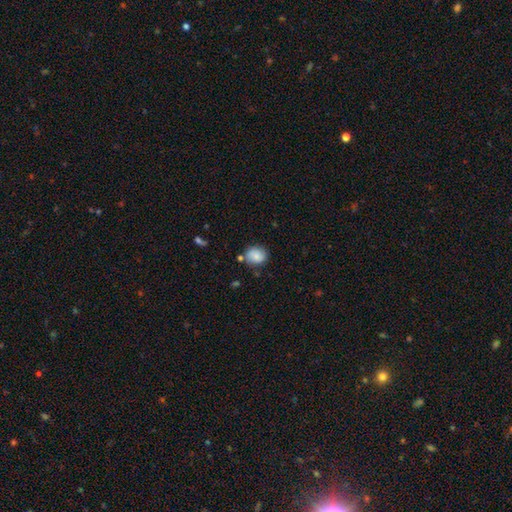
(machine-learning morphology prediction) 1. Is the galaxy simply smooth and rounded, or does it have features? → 80% smooth, 11% featured or disk, 9% star or artifact.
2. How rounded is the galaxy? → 71% round, 28% in between, 1% cigar-shaped.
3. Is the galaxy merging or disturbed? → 75% none, 15% minor disturbance, 6% merger, 3% major disturbance.